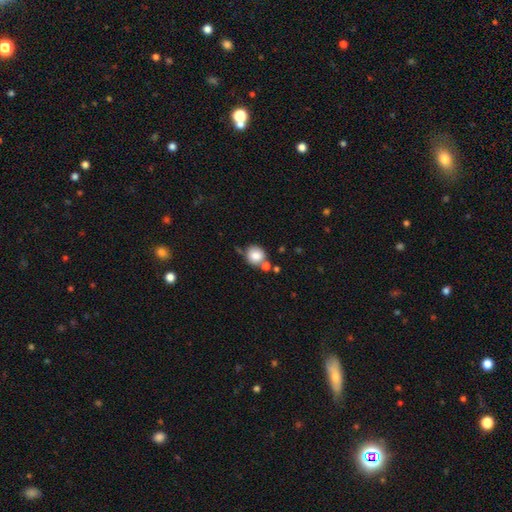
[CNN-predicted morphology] Smooth or featured? Predicted: smooth (p=0.82). How rounded? Predicted: round (p=0.87). Merging? Predicted: none (p=0.61).